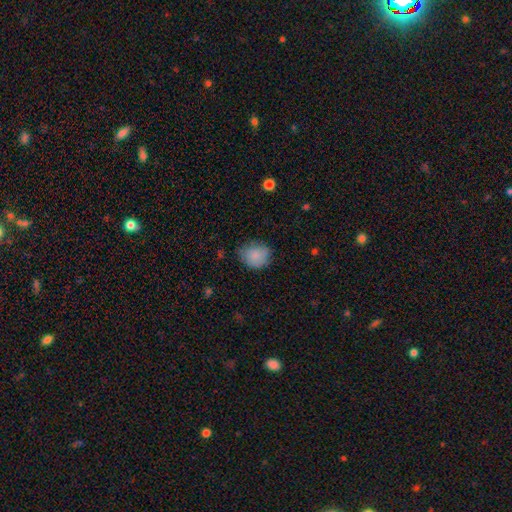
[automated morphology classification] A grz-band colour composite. It shows a smooth galaxy with no disk features (84%) that is round (68%). Merging: none (70%).